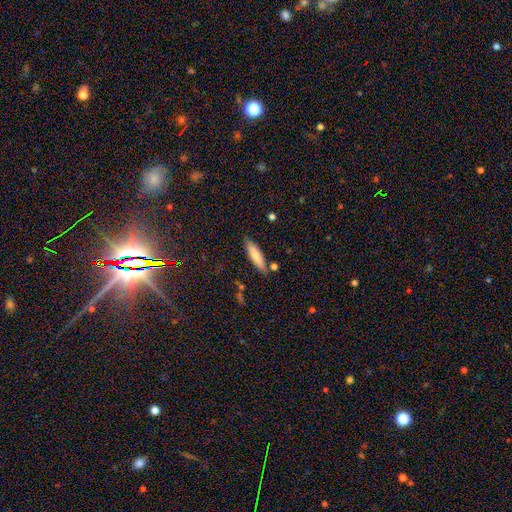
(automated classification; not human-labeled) Morphology: type=smooth (75%); roundness=cigar-shaped (67%); merging=none (81%).